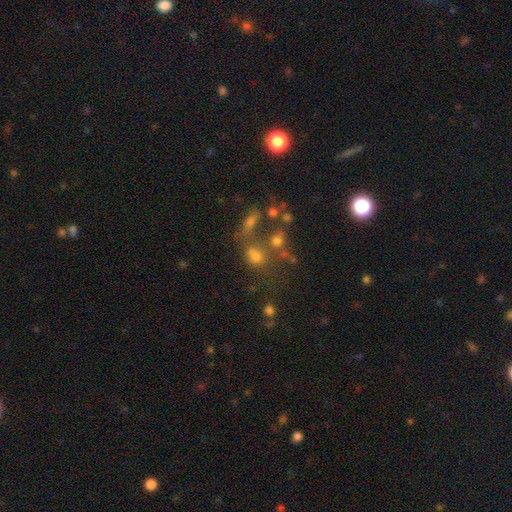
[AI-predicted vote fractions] Smooth or featured?
  - smooth: 54% *
  - star or artifact: 27%
  - featured or disk: 18%
How rounded?
  - round: 55% *
  - in between: 42%
  - cigar-shaped: 3%
Merging?
  - none: 46% *
  - merger: 32%
  - minor disturbance: 12%
  - major disturbance: 10%